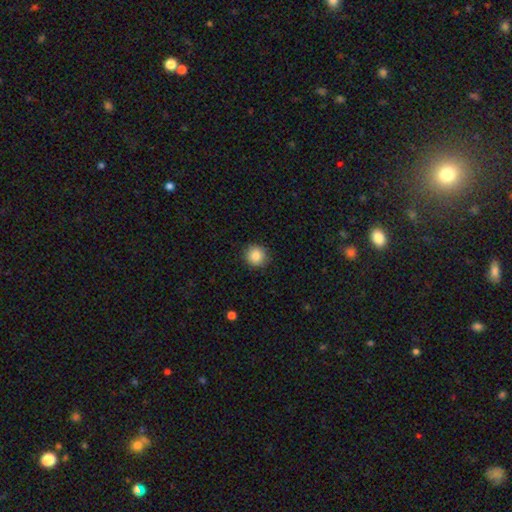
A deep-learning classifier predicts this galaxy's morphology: Q: Smooth or featured?
A: smooth (86%); runner-up: star or artifact (10%)
Q: How rounded?
A: round (93%); runner-up: in between (6%)
Q: Merging?
A: none (91%); runner-up: minor disturbance (6%)